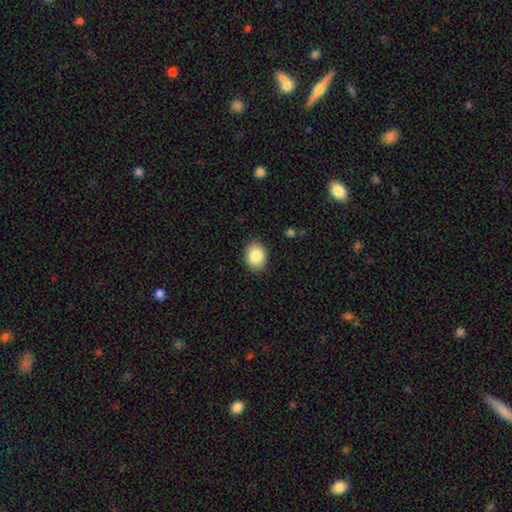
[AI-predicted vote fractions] Smooth or featured: smooth — 87% (star or artifact — 7%)
How rounded: in between — 65% (round — 35%)
Merging: none — 89% (minor disturbance — 8%)